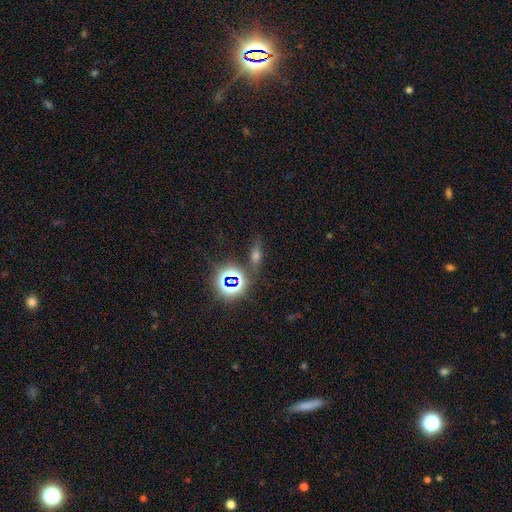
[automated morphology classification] type=star or artifact (41%, tied with smooth).